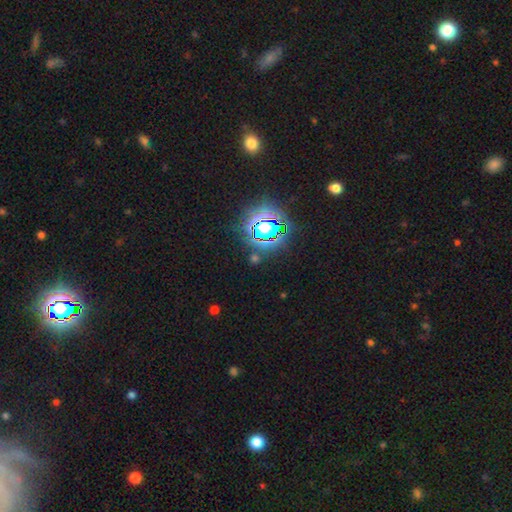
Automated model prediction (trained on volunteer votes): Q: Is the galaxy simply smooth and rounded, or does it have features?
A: star or artifact — 74%.